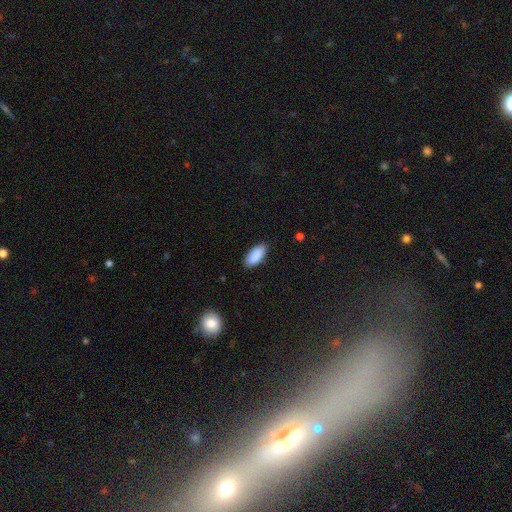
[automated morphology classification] Smooth or featured: smooth — 90% (star or artifact — 6%)
How rounded: in between — 87% (cigar-shaped — 11%)
Merging: none — 83% (minor disturbance — 13%)